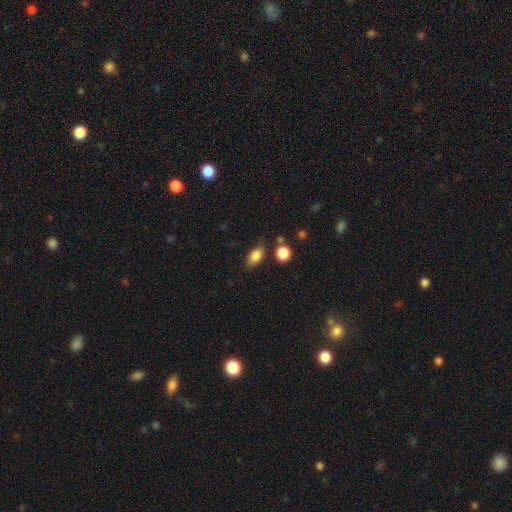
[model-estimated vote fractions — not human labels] This is clearly a smooth galaxy (84%). How rounded: clearly in between (84%). Merging: likely none (72%).